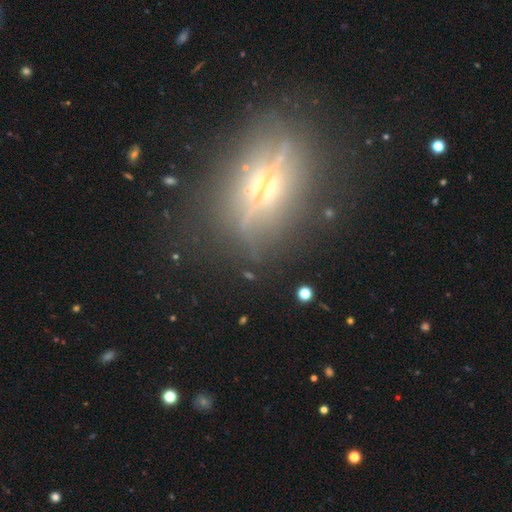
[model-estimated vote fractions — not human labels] This appears to be a featured or disk galaxy (64%) viewed edge-on (71%). Merging: none (74%).